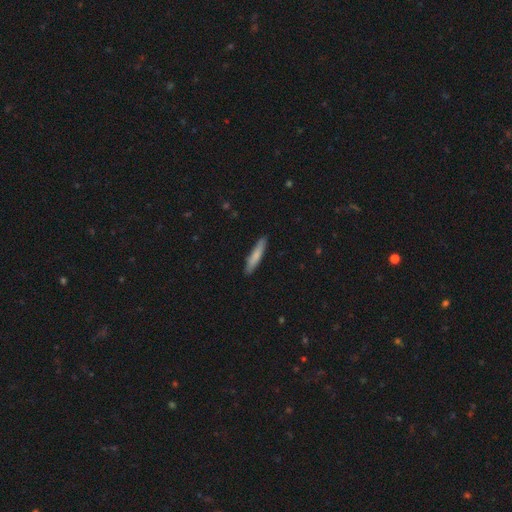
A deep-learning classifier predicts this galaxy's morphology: This is likely a smooth galaxy (75%). How rounded: clearly cigar-shaped (90%). Merging: clearly none (88%).